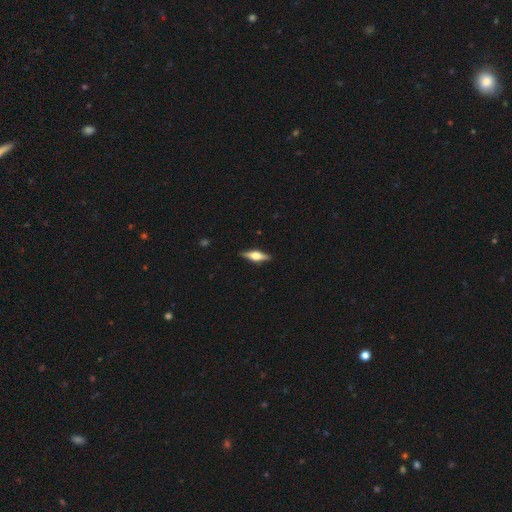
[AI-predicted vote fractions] This is likely a featured or disk galaxy (65%). It is clearly viewed edge-on (96%). Edge-on bulge: clearly rounded (90%). Merging: clearly none (89%).